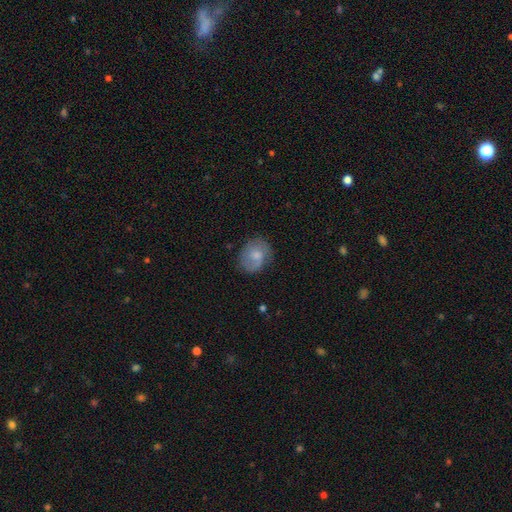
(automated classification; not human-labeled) Smooth or featured?
  - smooth: 59% *
  - featured or disk: 34%
  - star or artifact: 7%
How rounded?
  - round: 62% *
  - in between: 37%
  - cigar-shaped: 1%
Merging?
  - none: 67% *
  - minor disturbance: 23%
  - major disturbance: 9%
  - merger: 2%